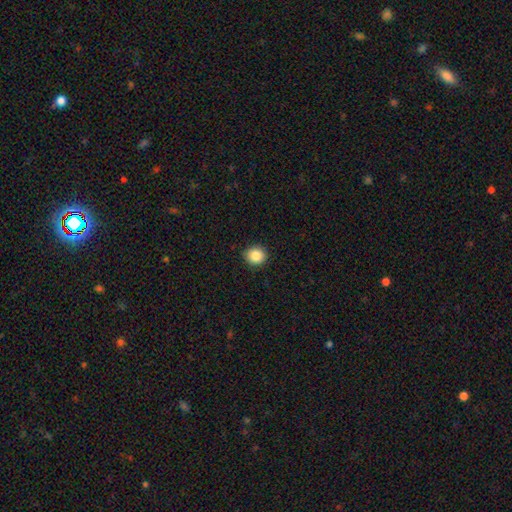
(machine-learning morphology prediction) This is clearly a smooth galaxy (86%). How rounded: clearly round (90%). Merging: clearly none (90%).